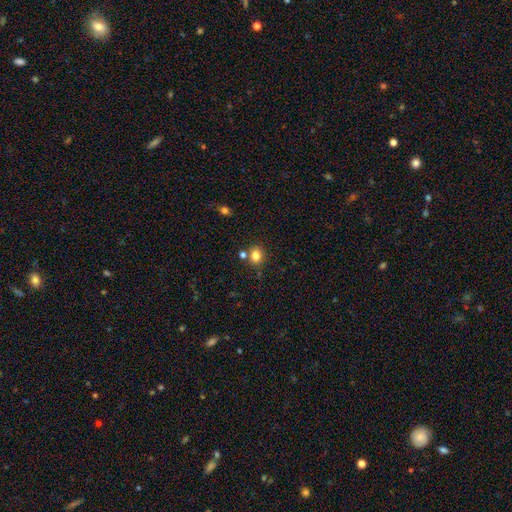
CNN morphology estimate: Q: Smooth or featured?
A: smooth (82%); runner-up: star or artifact (12%)
Q: How rounded?
A: round (69%); runner-up: in between (30%)
Q: Merging?
A: none (76%); runner-up: merger (12%)